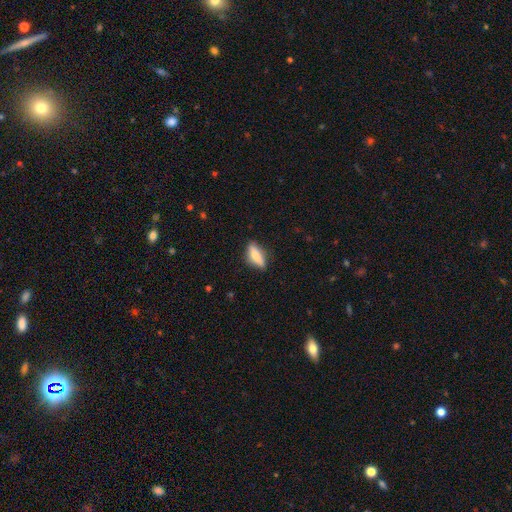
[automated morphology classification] type=smooth (69%); roundness=in between (62%); merging=none (77%).